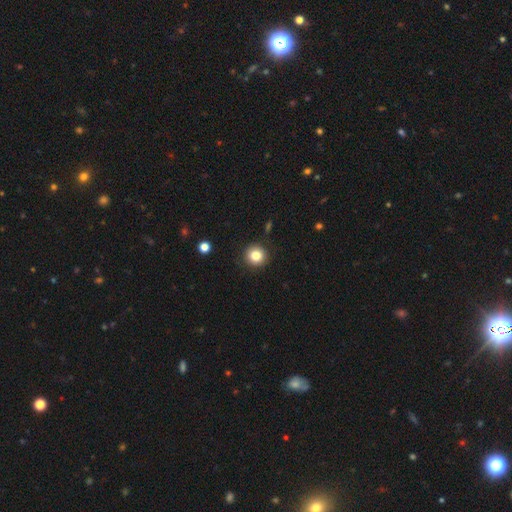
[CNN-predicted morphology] Q: Smooth or featured?
A: smooth (82%); runner-up: star or artifact (11%)
Q: How rounded?
A: round (94%); runner-up: in between (6%)
Q: Merging?
A: none (91%); runner-up: minor disturbance (6%)